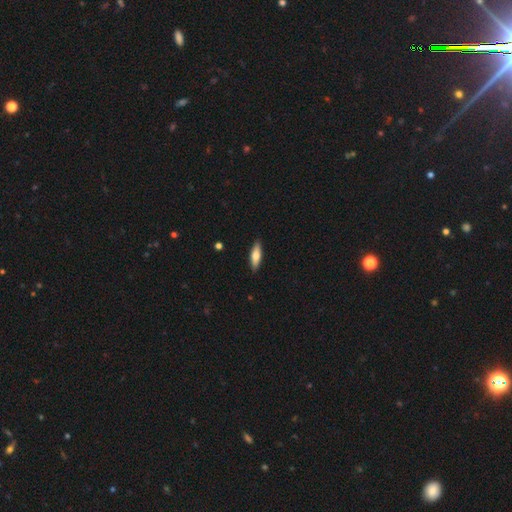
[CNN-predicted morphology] A smooth galaxy with no disk features (64%) that is cigar-shaped (56%).

Vote fractions:
- Smooth or featured? smooth: 64% / featured or disk: 30% / star or artifact: 6%
- How rounded? cigar-shaped: 56% / in between: 42% / round: 2%
- Merging? none: 90% / minor disturbance: 8% / major disturbance: 2% / merger: 1%